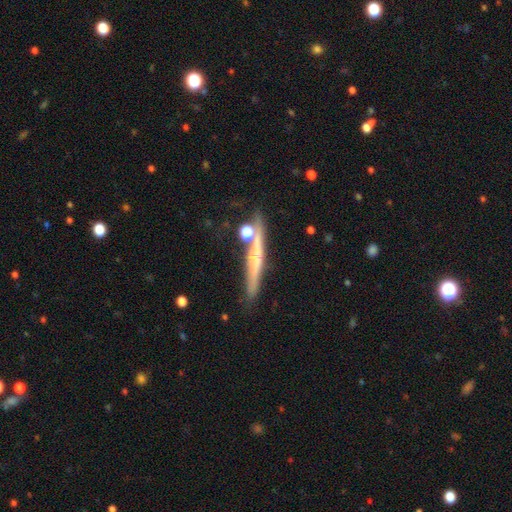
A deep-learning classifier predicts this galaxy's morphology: type=featured or disk (52%); edge-on=yes (93%); merging=none (72%).